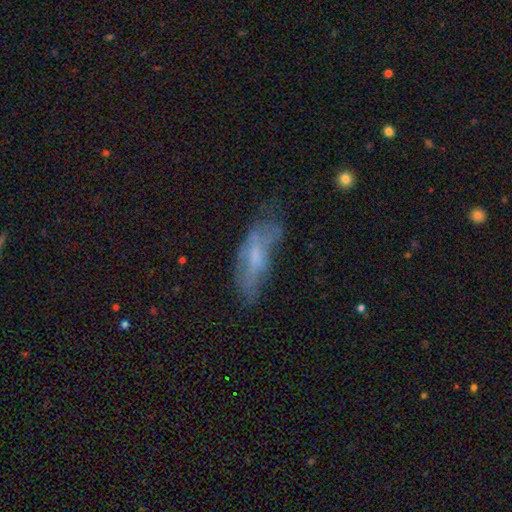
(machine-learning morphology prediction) Overall: featured or disk (47%; smooth 42%). Merging: none (44%; minor disturbance 29%).